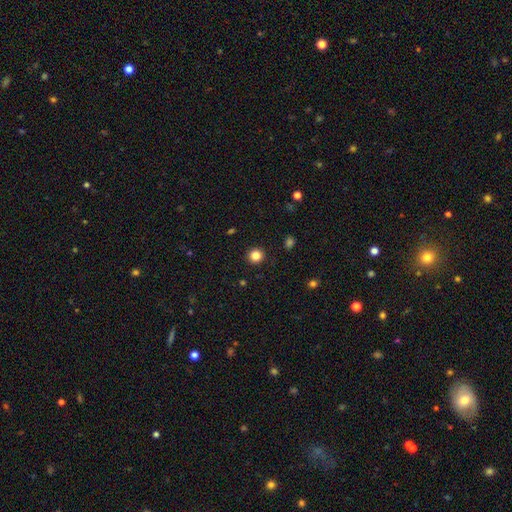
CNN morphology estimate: This appears to be a smooth galaxy with no disk features (84%) that is round (94%). Merging: none (93%).